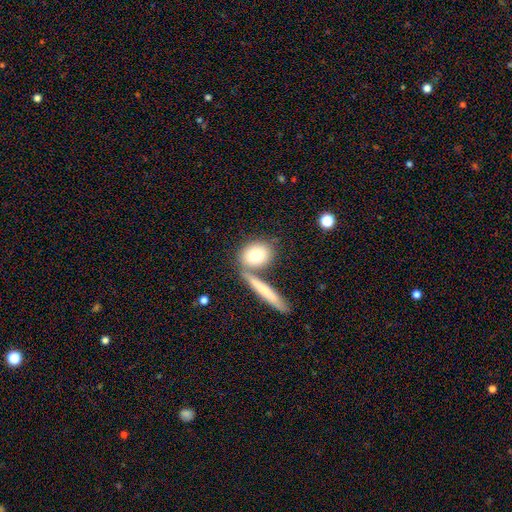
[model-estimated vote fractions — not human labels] The model was most divided on "how rounded": round: 55%, in between: 38%, cigar-shaped: 6%. More confident: smooth or featured — smooth (76%); merging — none (61%).